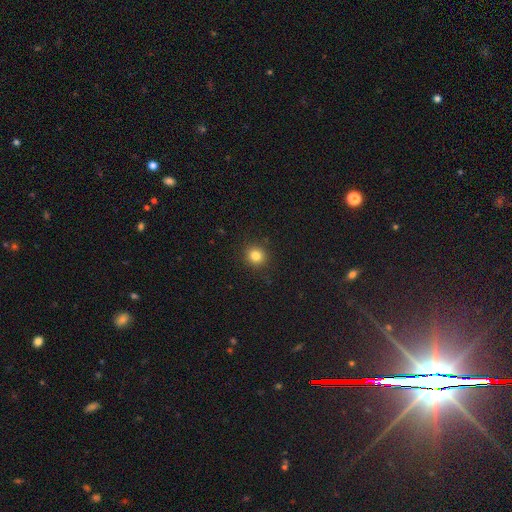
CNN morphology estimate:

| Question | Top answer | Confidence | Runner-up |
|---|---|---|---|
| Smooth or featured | smooth | 82% | star or artifact (12%) |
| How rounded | round | 91% | in between (8%) |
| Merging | none | 91% | minor disturbance (6%) |